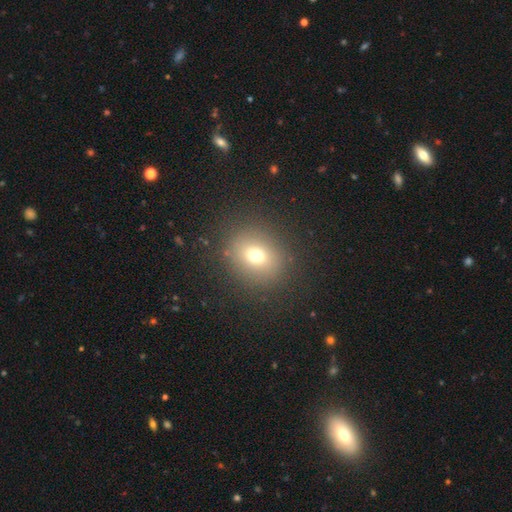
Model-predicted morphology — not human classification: smooth-or-featured: smooth: 70% | star or artifact: 18% | featured or disk: 12%
  how-rounded: round: 74% | in between: 25% | cigar-shaped: 1%
  merging: none: 86% | minor disturbance: 8% | major disturbance: 5% | merger: 1%